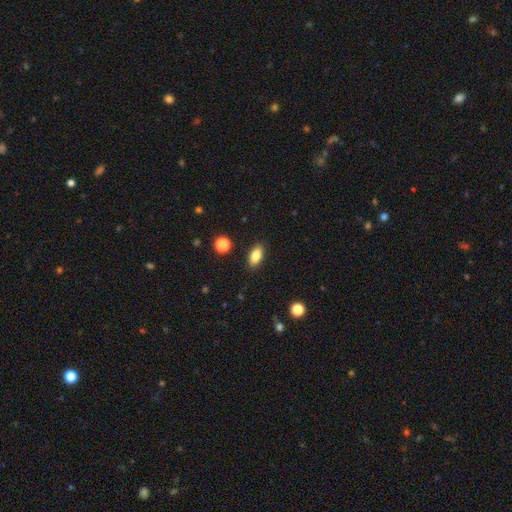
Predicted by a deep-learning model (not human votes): A smooth galaxy with no disk features (84%) that is in between round and cigar-shaped (88%). Merging: none (88%).